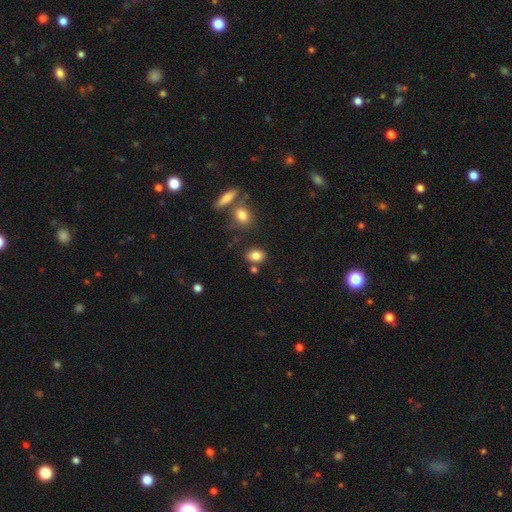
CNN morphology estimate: Overall: smooth (83%). How rounded: in between (73%). Merging: none (75%).